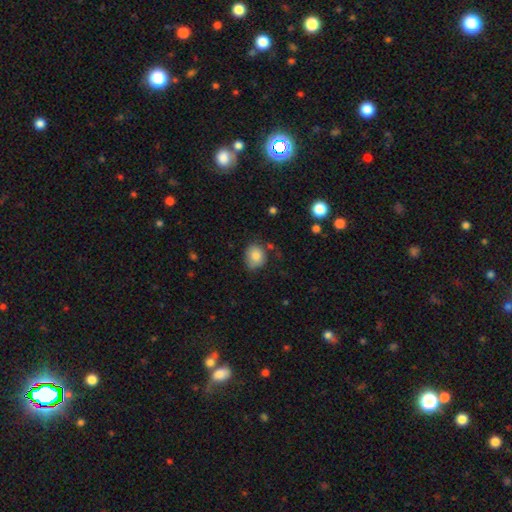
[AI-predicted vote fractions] This appears to be a smooth galaxy with no disk features (82%) that is round (63%). Merging: none (66%).